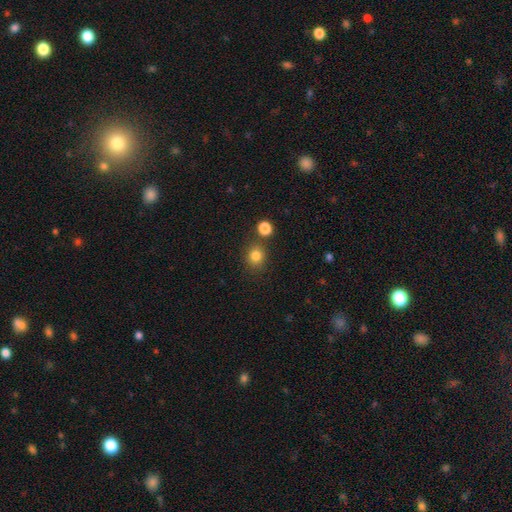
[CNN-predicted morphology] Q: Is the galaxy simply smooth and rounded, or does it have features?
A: smooth — 82%.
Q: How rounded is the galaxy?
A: round — 81%.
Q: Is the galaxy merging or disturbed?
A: none — 79%.